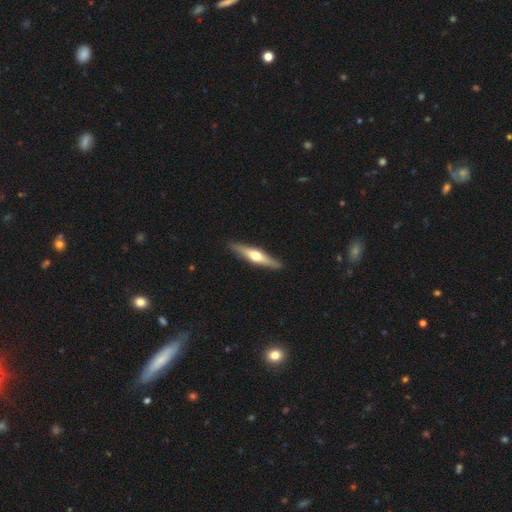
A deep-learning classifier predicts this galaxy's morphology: This is likely a featured or disk galaxy (63%). It is clearly viewed edge-on (96%). Edge-on bulge: clearly rounded (93%). Merging: clearly none (91%).